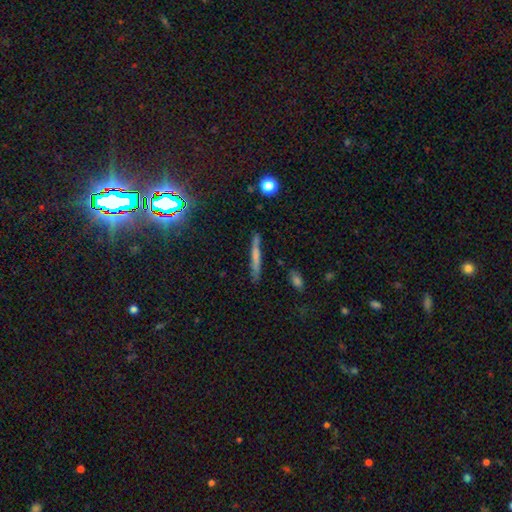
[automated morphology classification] Q: Smooth or featured?
A: smooth (55%); runner-up: featured or disk (33%)
Q: How rounded?
A: cigar-shaped (92%); runner-up: in between (5%)
Q: Merging?
A: none (81%); runner-up: minor disturbance (13%)